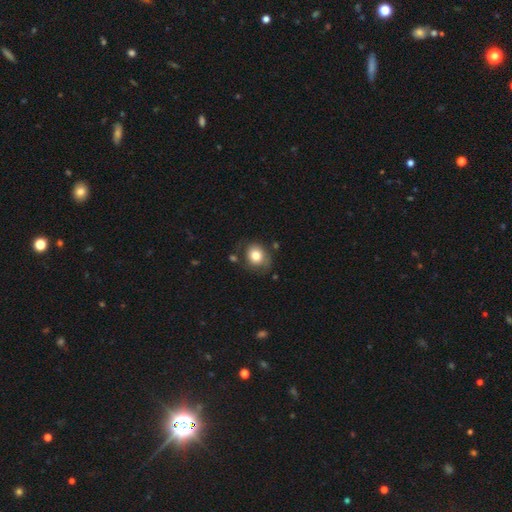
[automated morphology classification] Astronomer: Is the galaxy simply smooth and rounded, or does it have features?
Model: smooth — 79%.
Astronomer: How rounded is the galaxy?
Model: round — 59% (runner-up: in between, 40%).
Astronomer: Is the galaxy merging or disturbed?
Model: none — 68%.